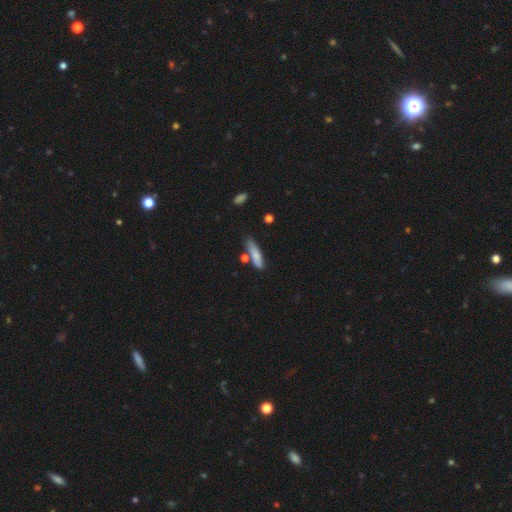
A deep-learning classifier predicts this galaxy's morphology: Smooth or featured? Predicted: smooth (p=0.77). How rounded? Predicted: cigar-shaped (p=0.67). Merging? Predicted: none (p=0.65).